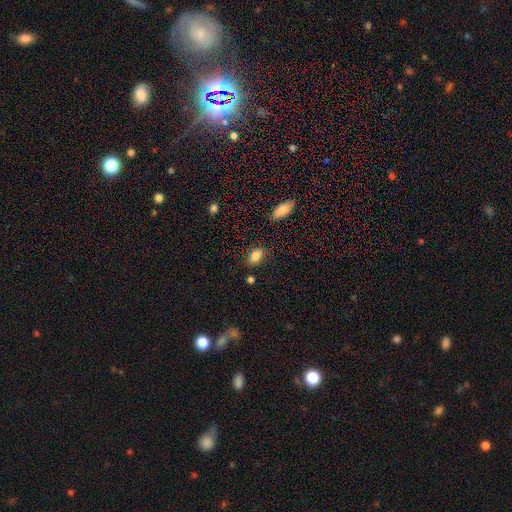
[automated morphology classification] This is clearly a smooth galaxy (83%). How rounded: clearly in between (85%). Merging: likely none (80%).